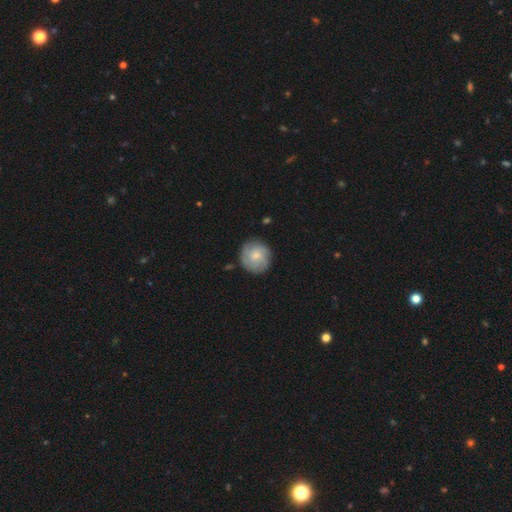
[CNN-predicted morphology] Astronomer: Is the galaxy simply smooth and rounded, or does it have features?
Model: featured or disk — 51% (runner-up: smooth, 42%).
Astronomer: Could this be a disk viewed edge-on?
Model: no — 98%.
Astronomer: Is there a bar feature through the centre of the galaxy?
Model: no — 75%.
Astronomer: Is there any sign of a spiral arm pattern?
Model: yes — 86%.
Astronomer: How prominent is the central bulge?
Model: small — 59% (runner-up: moderate, 35%).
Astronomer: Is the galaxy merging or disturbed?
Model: none — 83%.